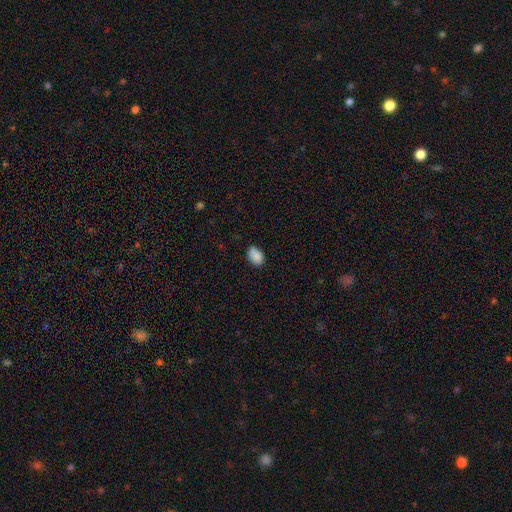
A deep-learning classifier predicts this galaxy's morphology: smooth_or_featured: smooth (p=0.87) [alt: star or artifact p=0.08]
how_rounded: in between (p=0.84) [alt: round p=0.15]
merging: none (p=0.73) [alt: minor disturbance p=0.22]